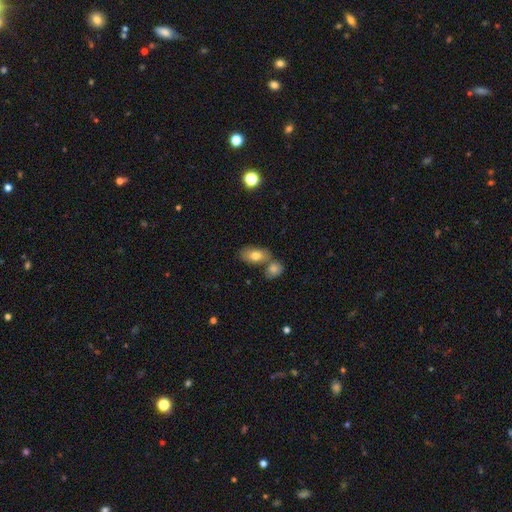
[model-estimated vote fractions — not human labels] smooth_or_featured: smooth (p=0.78) [alt: featured or disk p=0.14]
how_rounded: in between (p=0.90) [alt: round p=0.08]
merging: none (p=0.50) [alt: merger p=0.36]